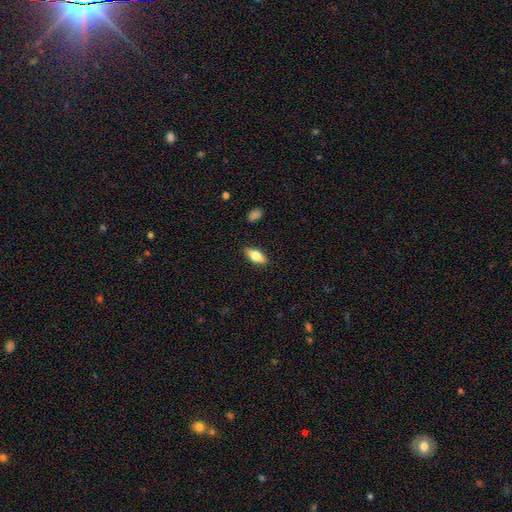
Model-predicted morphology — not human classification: type=smooth (71%); roundness=in between (80%); merging=none (88%).